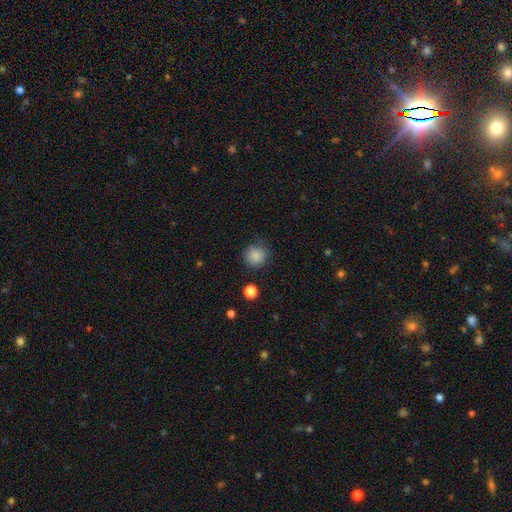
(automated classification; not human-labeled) Smooth or featured: smooth — 86% (star or artifact — 10%)
How rounded: round — 93% (in between — 6%)
Merging: none — 83% (minor disturbance — 12%)